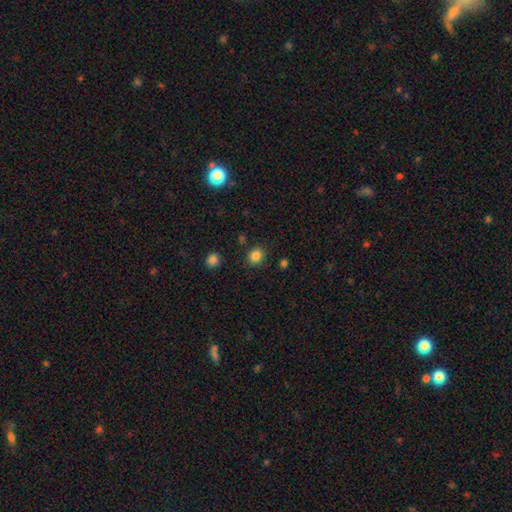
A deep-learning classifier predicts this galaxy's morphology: type=smooth (84%); roundness=round (75%); merging=none (86%).